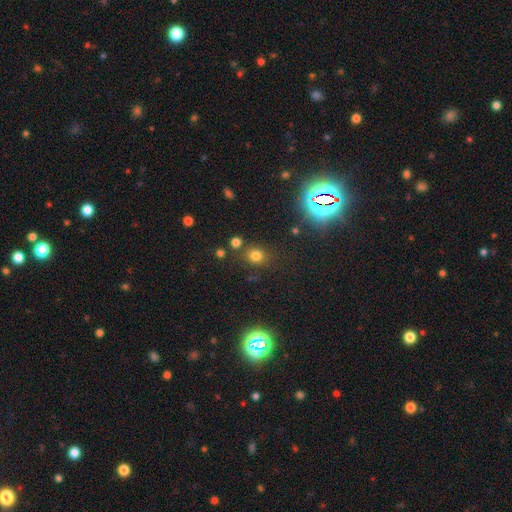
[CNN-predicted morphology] A smooth galaxy with no disk features (70%) that is round (76%). Merging: none (76%).